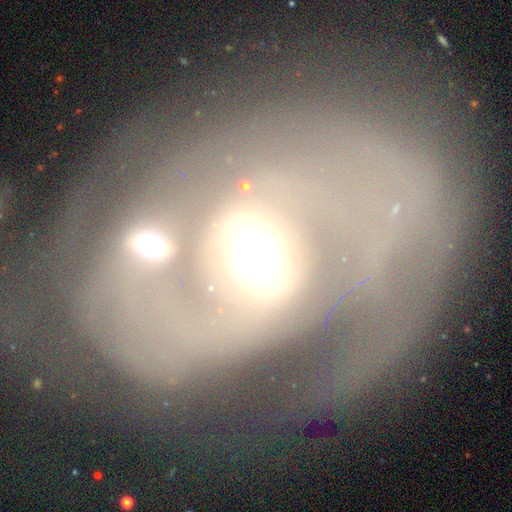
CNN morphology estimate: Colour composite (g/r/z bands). It shows a featured or disk galaxy (74%) with no bar (37%), spiral arms (57%) and a moderate central bulge (59%). Merging: merger (33%).